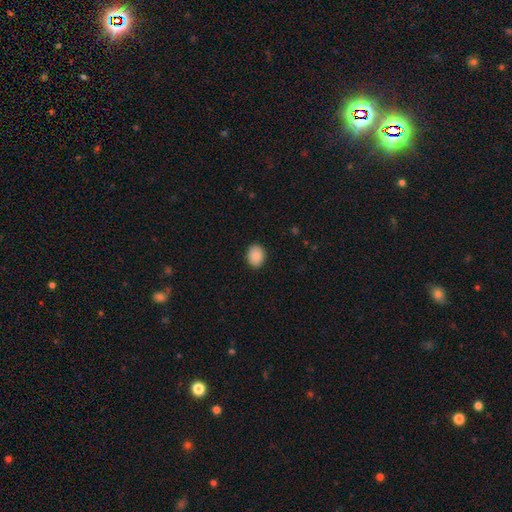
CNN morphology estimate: Smooth or featured? smooth (90%)
How rounded? in between (60%)
Merging? none (88%)